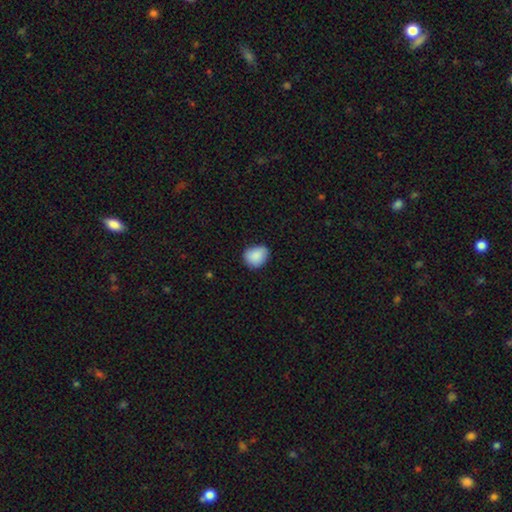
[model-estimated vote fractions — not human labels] smooth_or_featured: smooth (p=0.88) [alt: star or artifact p=0.08]
how_rounded: round (p=0.55) [alt: in between p=0.44]
merging: none (p=0.71) [alt: minor disturbance p=0.24]